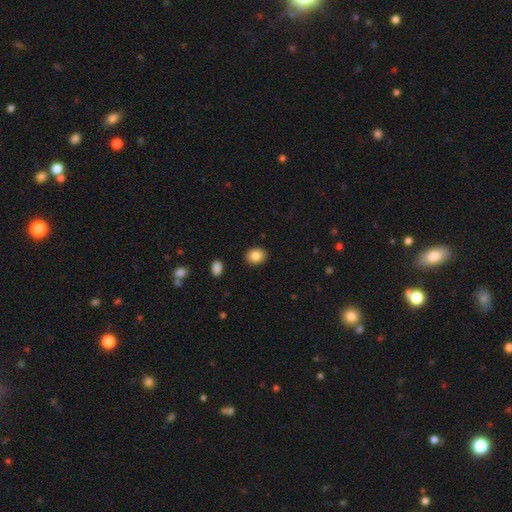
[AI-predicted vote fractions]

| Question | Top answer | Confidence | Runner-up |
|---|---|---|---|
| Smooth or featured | smooth | 85% | star or artifact (9%) |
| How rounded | round | 62% | in between (37%) |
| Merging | none | 90% | minor disturbance (7%) |